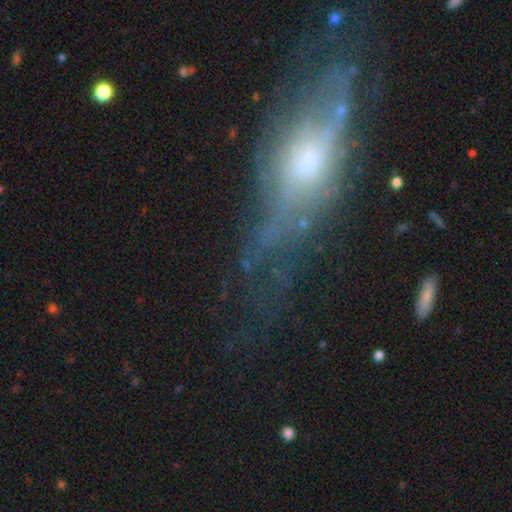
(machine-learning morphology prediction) A featured or disk galaxy (65%) viewed edge-on (53%).

Vote fractions:
- Smooth or featured? featured or disk: 65% / smooth: 22% / star or artifact: 13%
- Edge-on disk? yes: 53% / no: 47%
- Merging? none: 55% / minor disturbance: 23% / major disturbance: 18% / merger: 3%